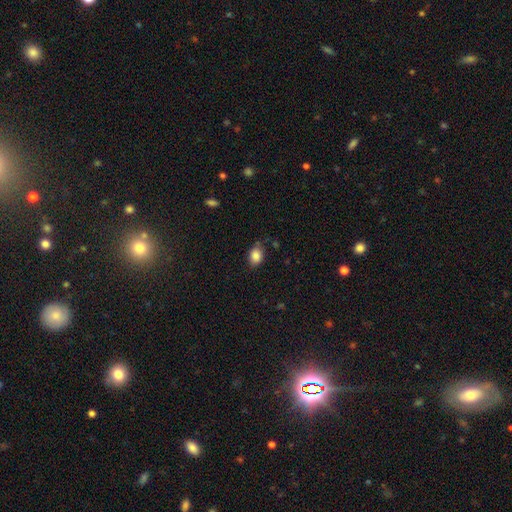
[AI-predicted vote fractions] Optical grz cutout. It shows a smooth galaxy with no disk features (86%) that is in between round and cigar-shaped (70%). Merging: none (73%).